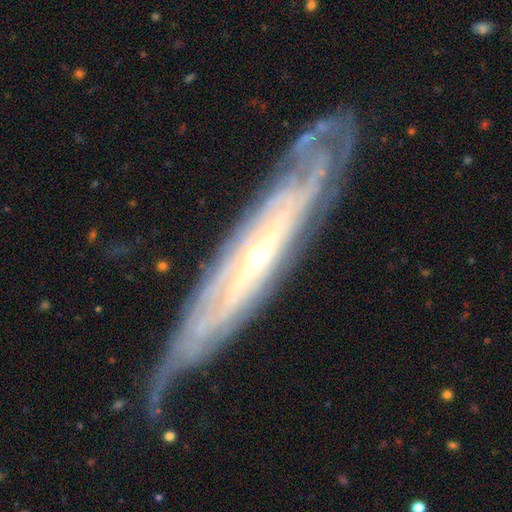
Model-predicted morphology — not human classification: type=featured or disk (86%); edge-on=no (62%); bar=no (59%); spiral arms=yes (93%); bulge=small (77%); merging=none (69%).